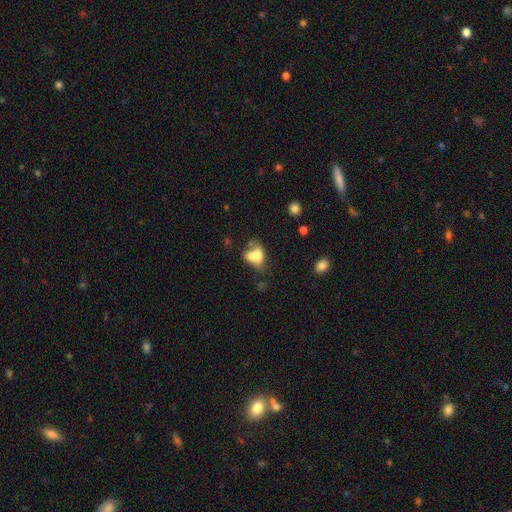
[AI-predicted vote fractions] Smooth or featured: smooth — 64% (featured or disk — 26%)
How rounded: in between — 70% (round — 28%)
Merging: merger — 63% (none — 20%)